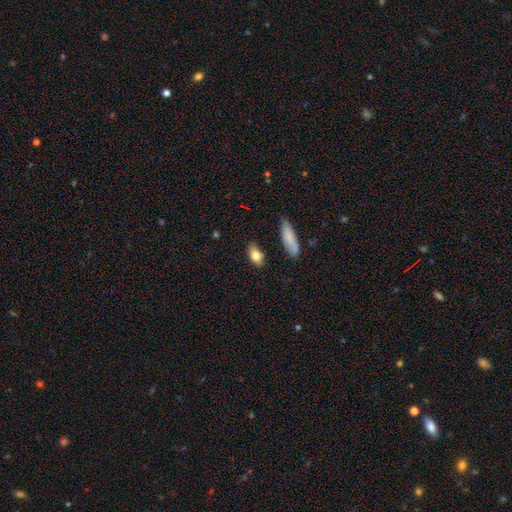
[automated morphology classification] Smooth or featured?
  - smooth: 76% *
  - featured or disk: 16%
  - star or artifact: 8%
How rounded?
  - in between: 79% *
  - cigar-shaped: 11%
  - round: 10%
Merging?
  - none: 77% *
  - minor disturbance: 16%
  - major disturbance: 4%
  - merger: 4%